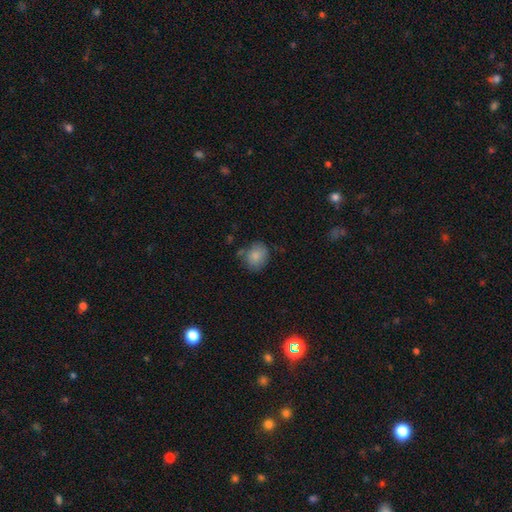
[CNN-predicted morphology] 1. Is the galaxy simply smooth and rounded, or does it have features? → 84% smooth, 8% star or artifact, 8% featured or disk.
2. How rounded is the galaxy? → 71% round, 28% in between, 1% cigar-shaped.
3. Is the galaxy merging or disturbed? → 66% none, 22% minor disturbance, 6% merger, 6% major disturbance.